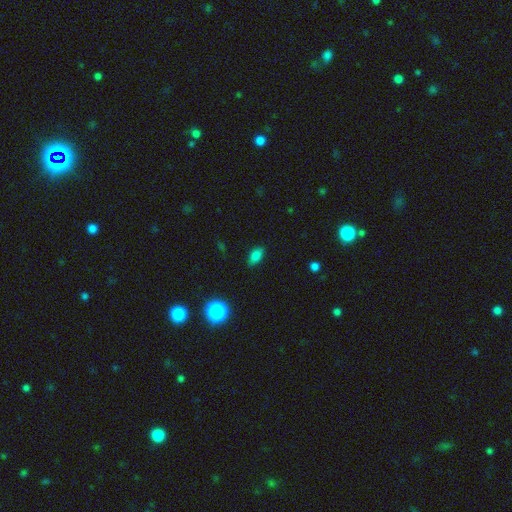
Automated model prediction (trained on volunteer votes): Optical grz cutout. It shows a smooth galaxy with no disk features (80%) that is in between round and cigar-shaped (88%). Merging: none (84%).